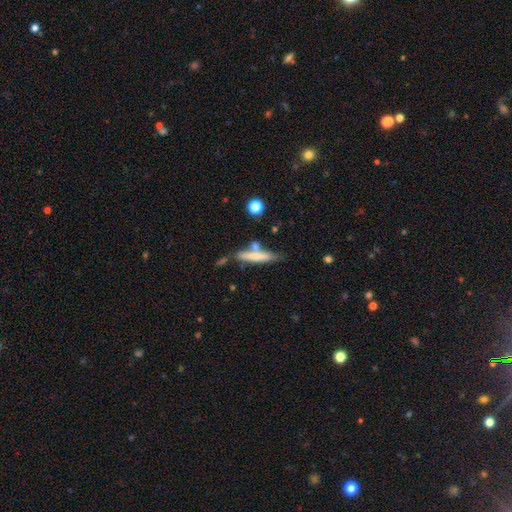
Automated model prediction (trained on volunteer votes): smooth 60%, featured or disk 33%, star or artifact 7%. Down the decision tree: how rounded — cigar-shaped (86%); merging — none (62%).